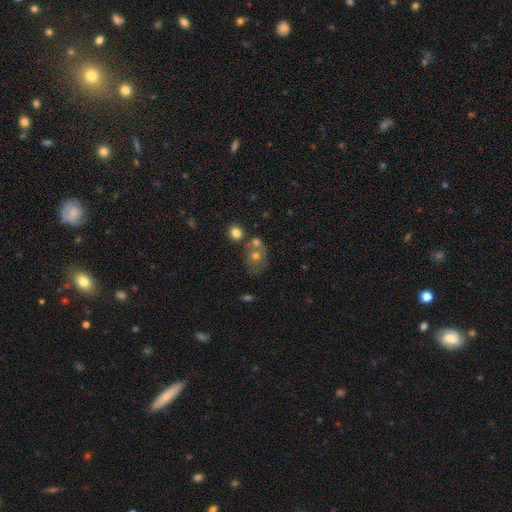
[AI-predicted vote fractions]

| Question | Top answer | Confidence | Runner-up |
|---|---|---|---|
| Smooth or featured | smooth | 56% | featured or disk (29%) |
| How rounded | round | 54% | in between (45%) |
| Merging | none | 44% | merger (35%) |